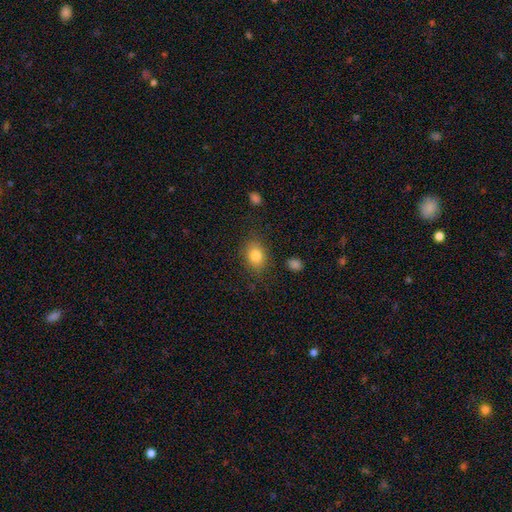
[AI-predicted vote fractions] Smooth or featured? Predicted: smooth (p=0.81). How rounded? Predicted: in between (p=0.61). Merging? Predicted: none (p=0.81).